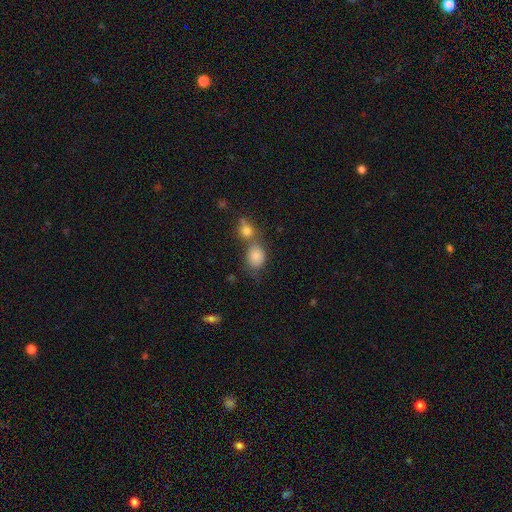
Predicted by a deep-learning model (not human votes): Smooth or featured?
  - smooth: 81% *
  - star or artifact: 11%
  - featured or disk: 8%
How rounded?
  - in between: 54% *
  - round: 45%
  - cigar-shaped: 1%
Merging?
  - none: 42% *
  - merger: 40%
  - minor disturbance: 13%
  - major disturbance: 5%